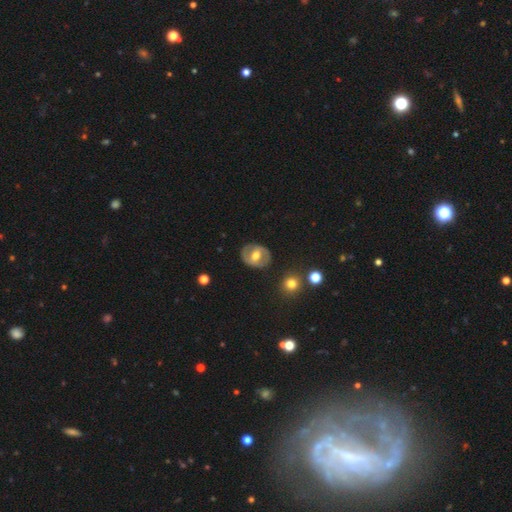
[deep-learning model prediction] Smooth or featured? featured or disk (59%)
Edge-on disk? no (94%)
Bar? weak (41%)
Spiral arms? no (64%)
Bulge size? moderate (75%)
Merging? none (82%)